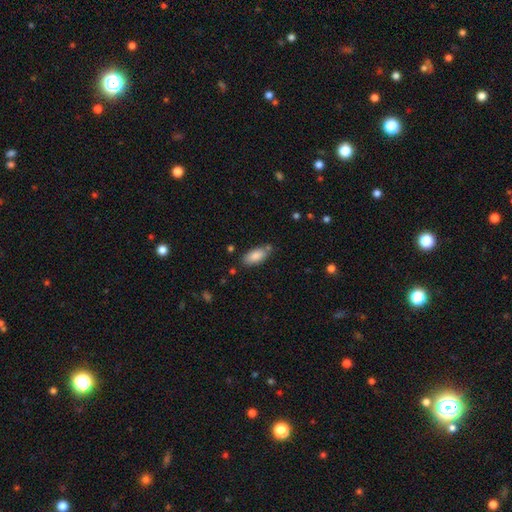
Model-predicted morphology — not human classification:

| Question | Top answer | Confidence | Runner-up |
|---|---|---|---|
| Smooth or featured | smooth | 85% | featured or disk (8%) |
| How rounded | in between | 88% | cigar-shaped (10%) |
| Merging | none | 74% | minor disturbance (17%) |